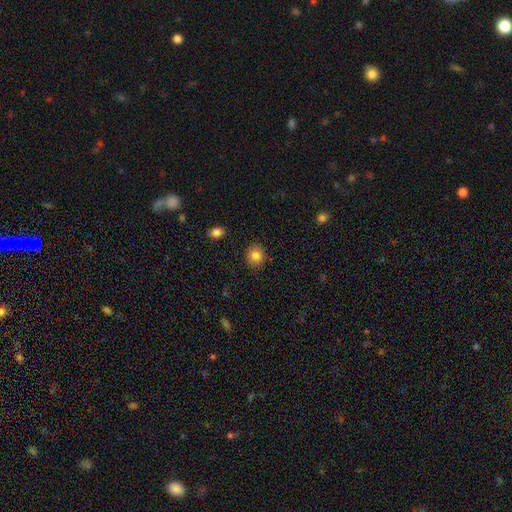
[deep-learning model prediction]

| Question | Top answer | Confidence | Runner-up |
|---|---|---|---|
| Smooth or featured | smooth | 83% | star or artifact (10%) |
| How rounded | round | 79% | in between (20%) |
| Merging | none | 86% | minor disturbance (10%) |